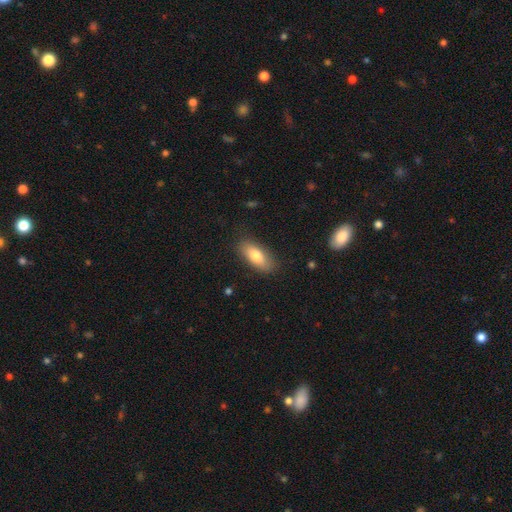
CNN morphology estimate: Smooth or featured? smooth (78%)
How rounded? in between (80%)
Merging? none (84%)